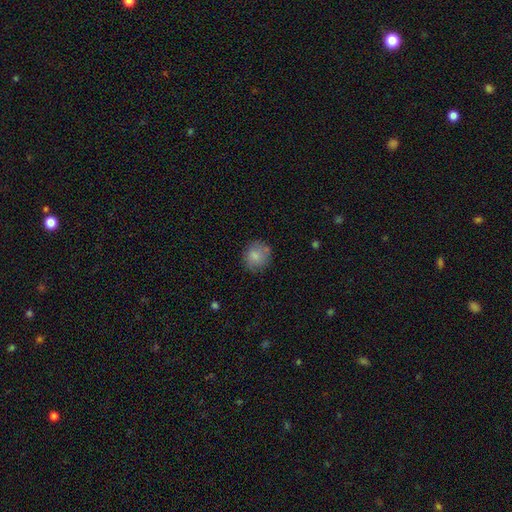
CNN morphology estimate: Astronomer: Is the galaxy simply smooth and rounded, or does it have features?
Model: smooth — 79%.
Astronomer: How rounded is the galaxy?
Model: round — 85%.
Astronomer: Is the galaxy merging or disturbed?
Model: none — 77%.